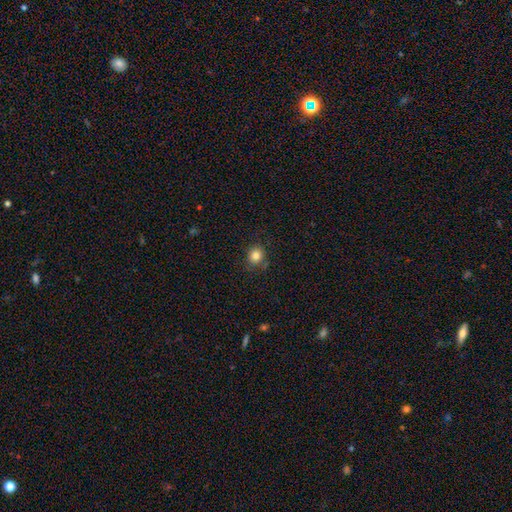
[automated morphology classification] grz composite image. It shows a smooth galaxy with no disk features (83%) that is round (82%). Merging: none (82%).